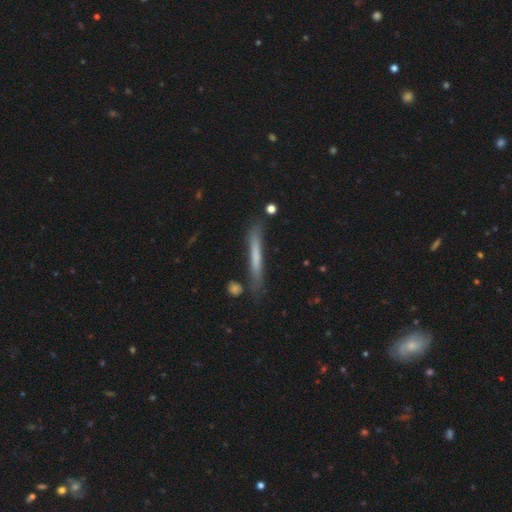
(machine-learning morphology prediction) A smooth galaxy with no disk features (58%) that is cigar-shaped (96%). Merging: none (76%).